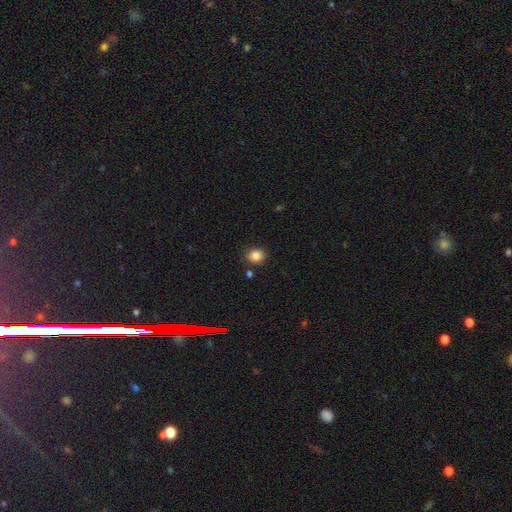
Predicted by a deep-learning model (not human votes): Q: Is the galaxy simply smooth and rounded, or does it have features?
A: smooth — 85%.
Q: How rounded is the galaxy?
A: round — 63%.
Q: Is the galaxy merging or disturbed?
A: none — 84%.